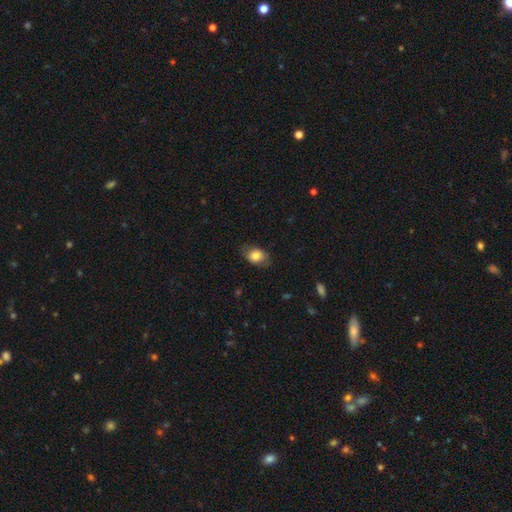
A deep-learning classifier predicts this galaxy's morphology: A smooth galaxy with no disk features (77%) that is in between round and cigar-shaped (73%).

Vote fractions:
- Smooth or featured? smooth: 77% / featured or disk: 15% / star or artifact: 8%
- How rounded? in between: 73% / round: 26% / cigar-shaped: 1%
- Merging? none: 73% / minor disturbance: 20% / major disturbance: 6% / merger: 1%